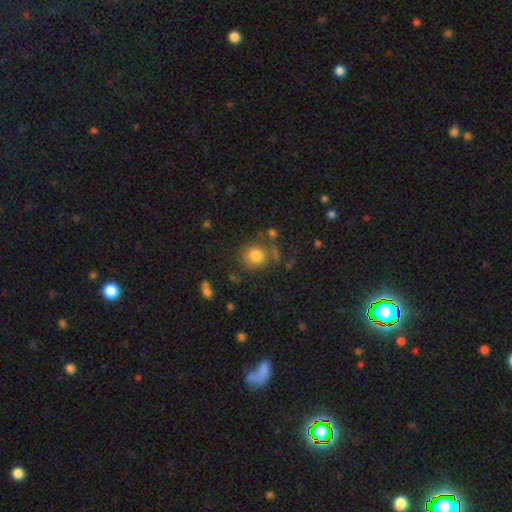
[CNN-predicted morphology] Q: Smooth or featured?
A: smooth (81%); runner-up: star or artifact (11%)
Q: How rounded?
A: round (85%); runner-up: in between (14%)
Q: Merging?
A: none (71%); runner-up: minor disturbance (15%)